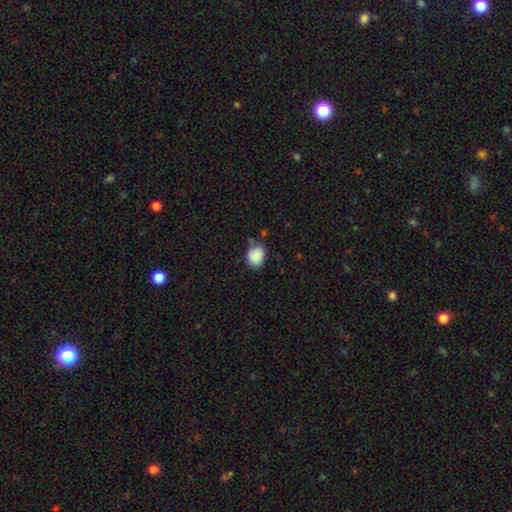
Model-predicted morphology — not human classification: Overall: smooth (88%). How rounded: in between (54%; round 45%). Merging: none (63%; minor disturbance 26%).